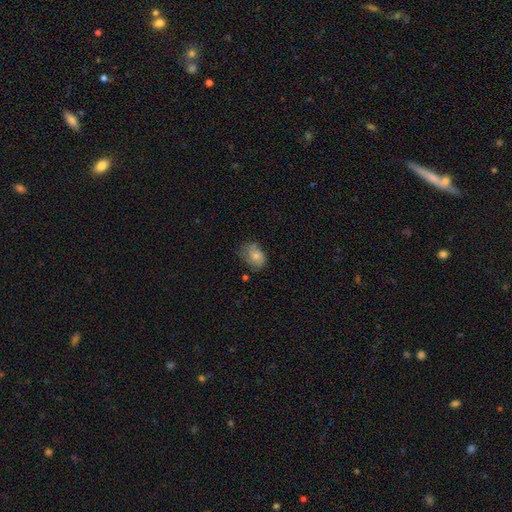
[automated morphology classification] Smooth or featured? smooth (72%)
How rounded? in between (73%)
Merging? none (49%)